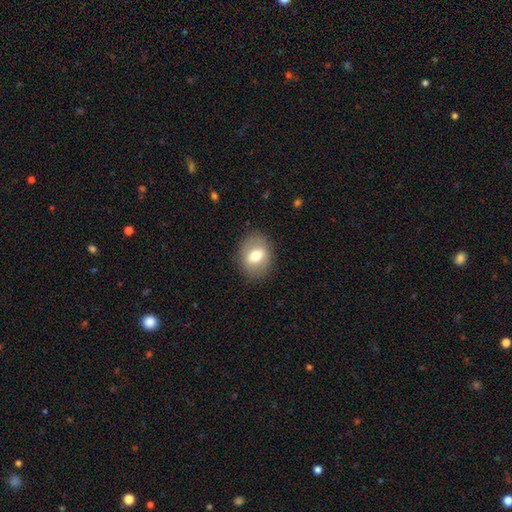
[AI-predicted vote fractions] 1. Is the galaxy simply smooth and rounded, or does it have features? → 66% smooth, 26% featured or disk, 8% star or artifact.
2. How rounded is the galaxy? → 61% in between, 38% round, 1% cigar-shaped.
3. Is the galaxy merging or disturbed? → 85% none, 10% minor disturbance, 4% major disturbance, 1% merger.